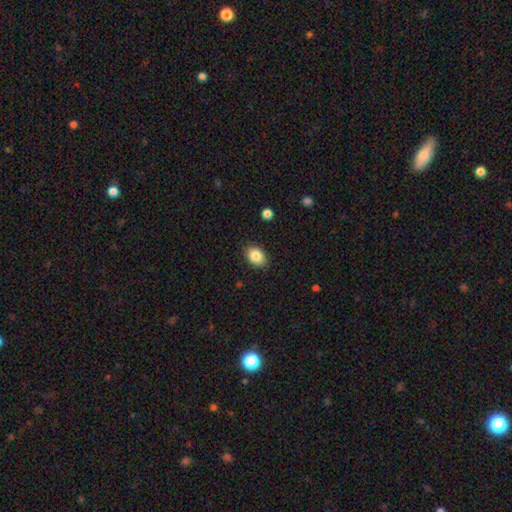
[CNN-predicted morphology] This appears to be a smooth galaxy with no disk features (86%) that is in between round and cigar-shaped (79%). Merging: none (87%).